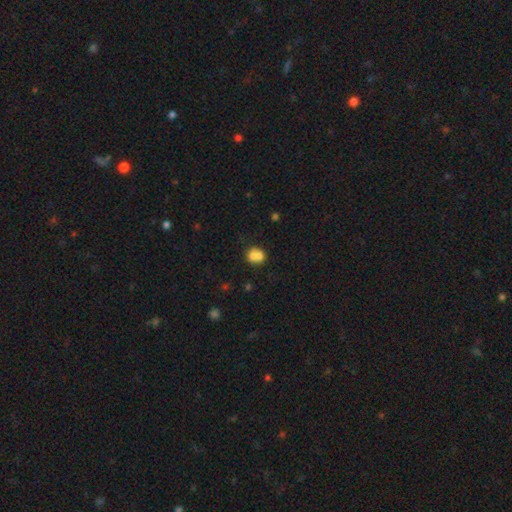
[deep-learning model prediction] A smooth galaxy with no disk features (69%) that is round (70%). Merging: merger (56%).